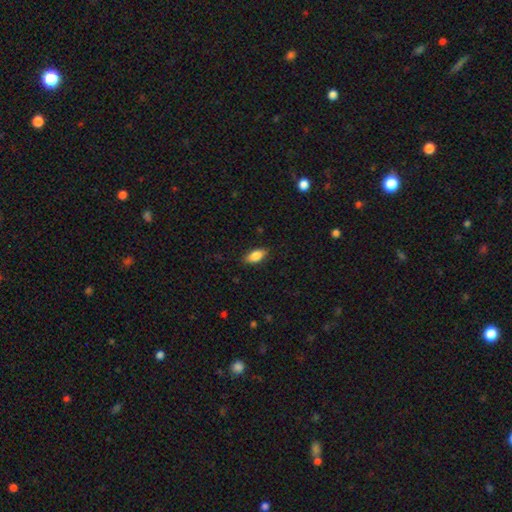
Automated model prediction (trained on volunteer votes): smooth-or-featured: smooth: 84% | featured or disk: 9% | star or artifact: 7%
  how-rounded: in between: 88% | cigar-shaped: 8% | round: 4%
  merging: none: 86% | minor disturbance: 11% | major disturbance: 2% | merger: 1%